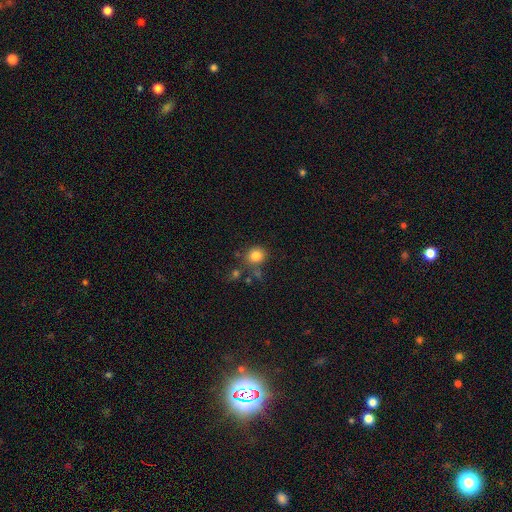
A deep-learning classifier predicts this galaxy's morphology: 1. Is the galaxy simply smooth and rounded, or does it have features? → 82% smooth, 11% star or artifact, 7% featured or disk.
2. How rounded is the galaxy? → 83% round, 16% in between, 1% cigar-shaped.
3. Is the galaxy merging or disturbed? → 72% none, 14% minor disturbance, 10% merger, 5% major disturbance.